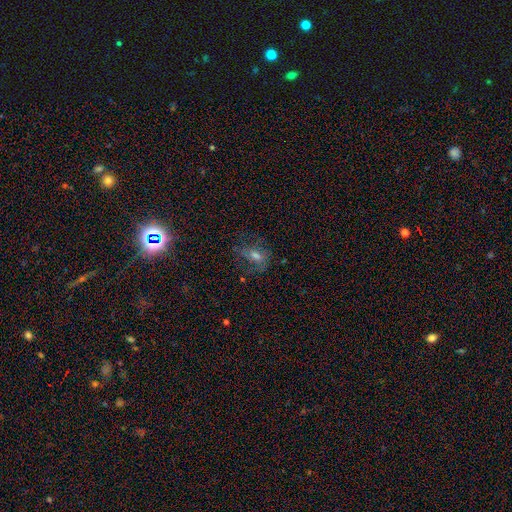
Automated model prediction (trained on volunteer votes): Morphology: type=smooth (38%); merging=none (54%).